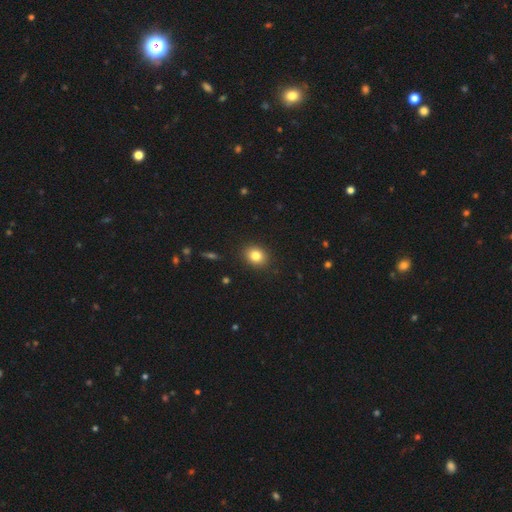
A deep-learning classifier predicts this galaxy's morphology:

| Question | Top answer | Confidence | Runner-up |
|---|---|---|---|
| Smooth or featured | smooth | 82% | star or artifact (11%) |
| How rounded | round | 62% | in between (37%) |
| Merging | none | 90% | minor disturbance (7%) |